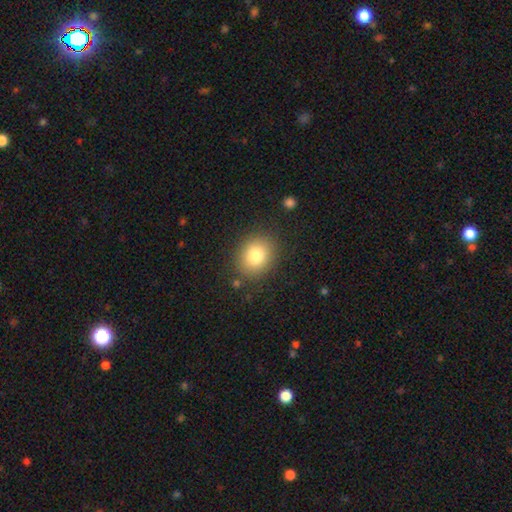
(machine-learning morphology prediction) This appears to be a smooth galaxy with no disk features (80%) that is round (61%). Merging: none (85%).